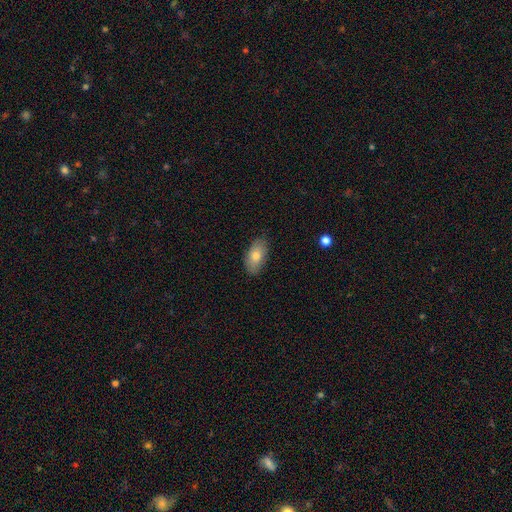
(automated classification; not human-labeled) Smooth or featured? smooth (77%)
How rounded? in between (93%)
Merging? none (84%)